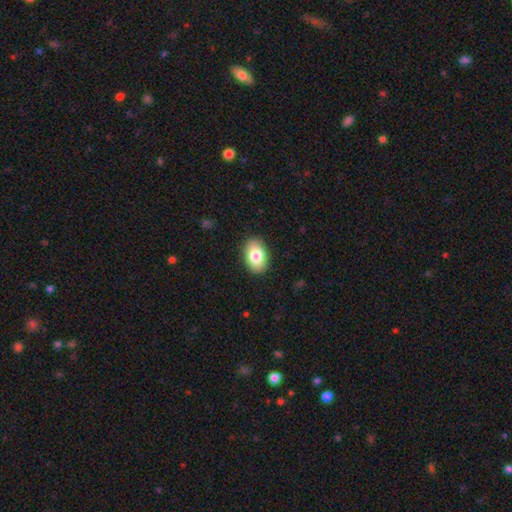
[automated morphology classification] Smooth or featured: smooth — 82% (featured or disk — 11%)
How rounded: in between — 89% (round — 10%)
Merging: none — 89% (minor disturbance — 8%)